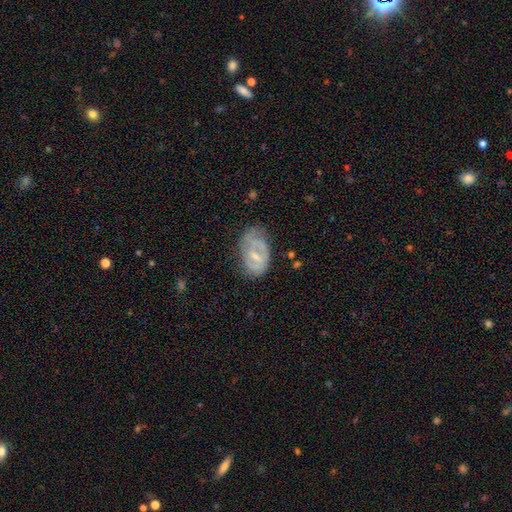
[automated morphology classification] This is likely a featured or disk galaxy (62%). It is clearly not viewed edge-on (95%). Bar: possibly weak (51%). Spiral arm pattern: likely yes (66%). Central bulge: possibly small (47%). Merging: possibly none (54%).